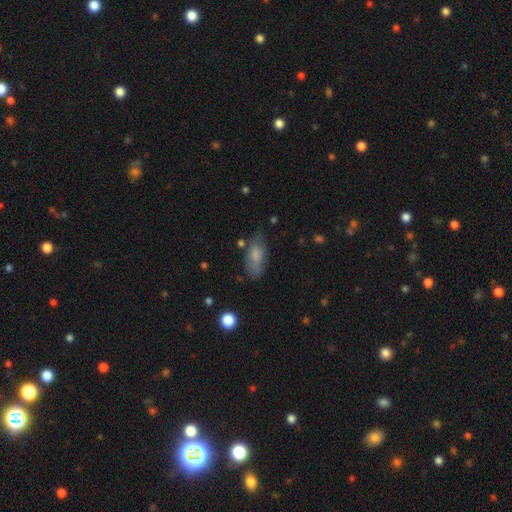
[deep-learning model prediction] Overall: smooth (75%). How rounded: in between (84%). Merging: none (64%; minor disturbance 25%).